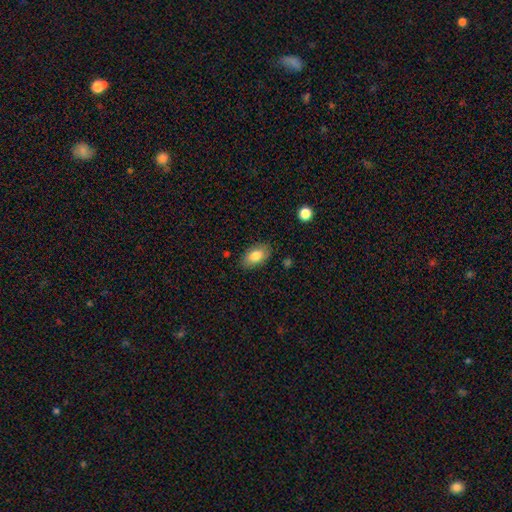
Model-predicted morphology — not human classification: Smooth or featured? smooth (81%)
How rounded? in between (91%)
Merging? none (84%)